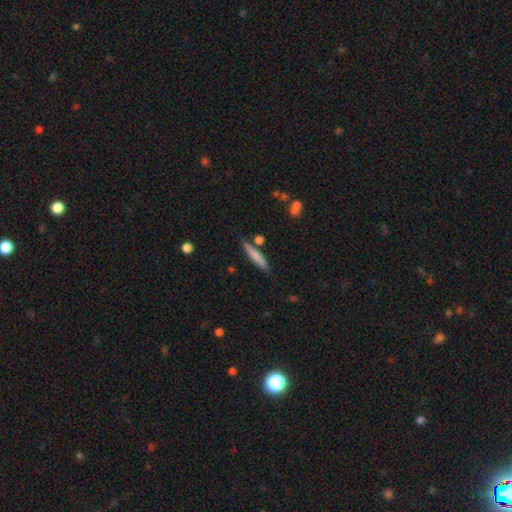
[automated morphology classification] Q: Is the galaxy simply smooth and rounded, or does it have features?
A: smooth — 74%.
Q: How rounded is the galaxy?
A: cigar-shaped — 87%.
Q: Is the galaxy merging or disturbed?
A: none — 77%.